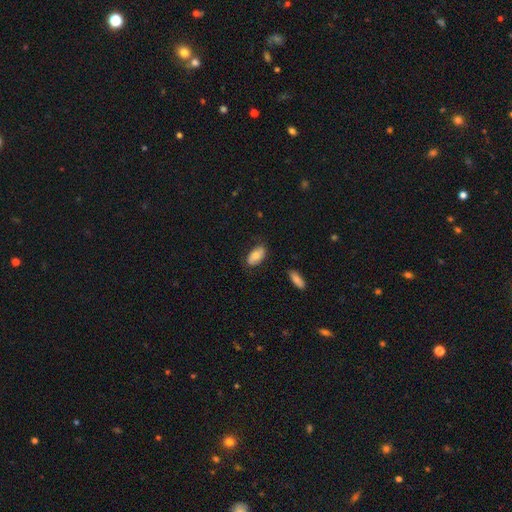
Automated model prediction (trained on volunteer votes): Smooth or featured? smooth (72%)
How rounded? in between (93%)
Merging? none (77%)